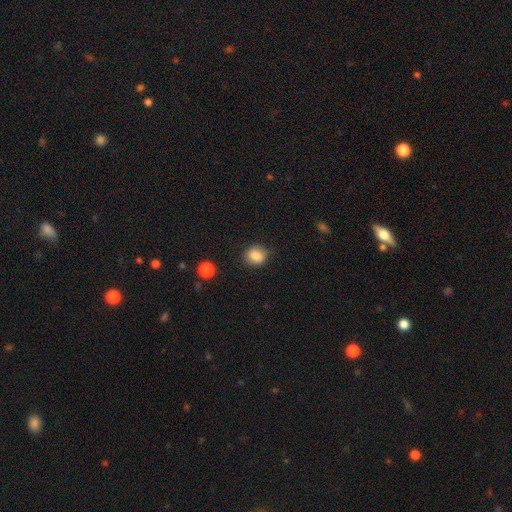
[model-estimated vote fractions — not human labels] A smooth galaxy with no disk features (84%) that is round (59%). Merging: none (81%).